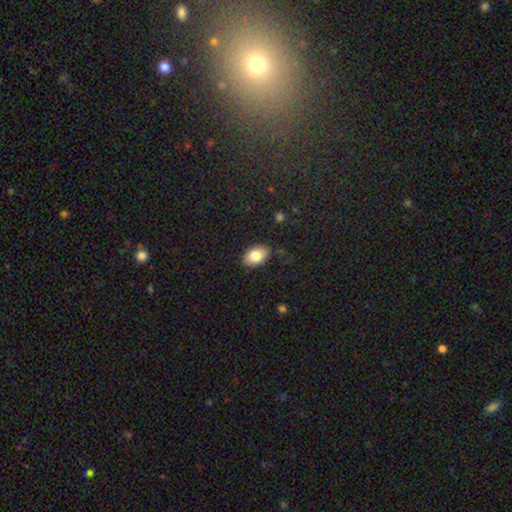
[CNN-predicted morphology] Smooth or featured: smooth — 82% (featured or disk — 10%)
How rounded: in between — 87% (round — 11%)
Merging: none — 86% (minor disturbance — 10%)